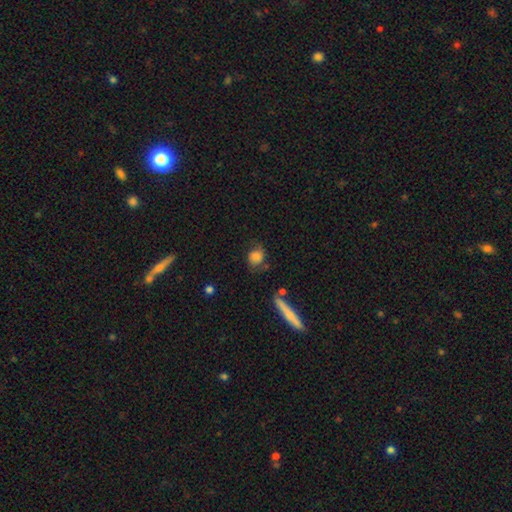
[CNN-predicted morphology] Smooth or featured: smooth — 67% (featured or disk — 24%)
How rounded: round — 62% (in between — 35%)
Merging: none — 56% (minor disturbance — 25%)